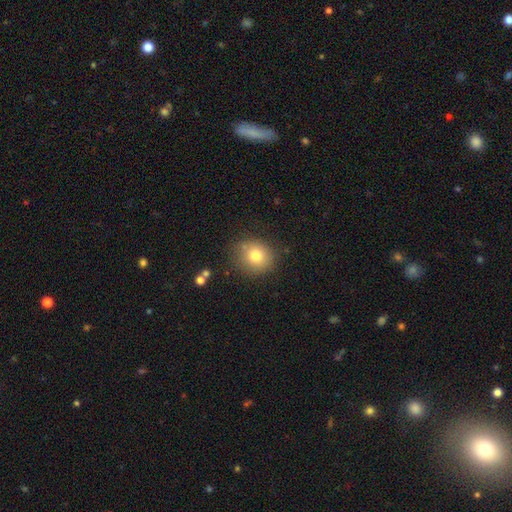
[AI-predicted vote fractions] A smooth galaxy with no disk features (77%) that is round (84%). Merging: none (80%).